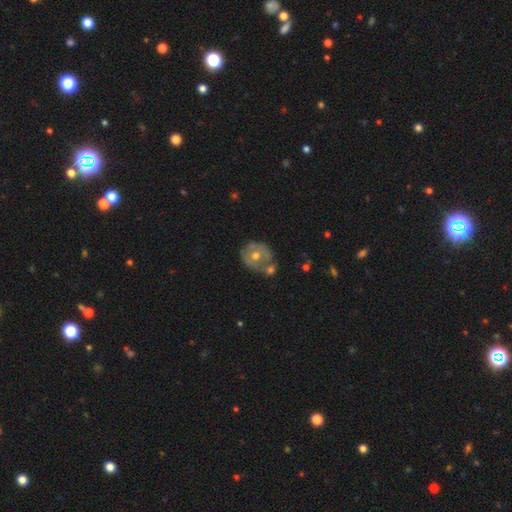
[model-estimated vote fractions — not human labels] A featured or disk galaxy (54%) with no bar (83%), no spiral arms (63%) and a moderate central bulge (73%).

Vote fractions:
- Smooth or featured? featured or disk: 54% / smooth: 37% / star or artifact: 10%
- Edge-on disk? no: 95% / yes: 5%
- Bar? no: 83% / weak: 13% / strong: 4%
- Spiral arms? no: 63% / yes: 37%
- Bulge size? moderate: 73% / small: 21% / large: 3% / none: 1% / dominant: 1%
- Merging? none: 49% / merger: 26% / minor disturbance: 18% / major disturbance: 7%